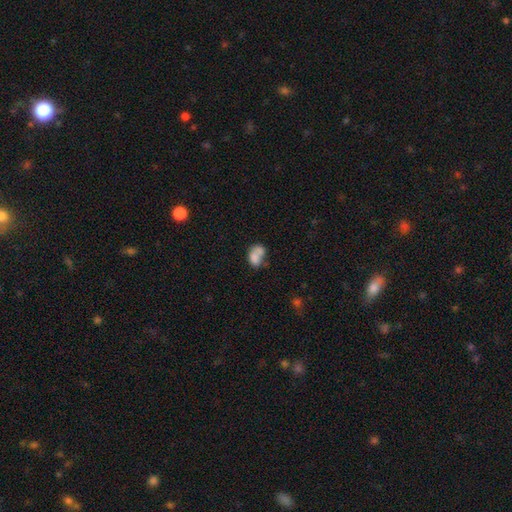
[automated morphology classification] Smooth or featured: smooth — 72% (featured or disk — 18%)
How rounded: in between — 73% (round — 26%)
Merging: merger — 55% (none — 23%)